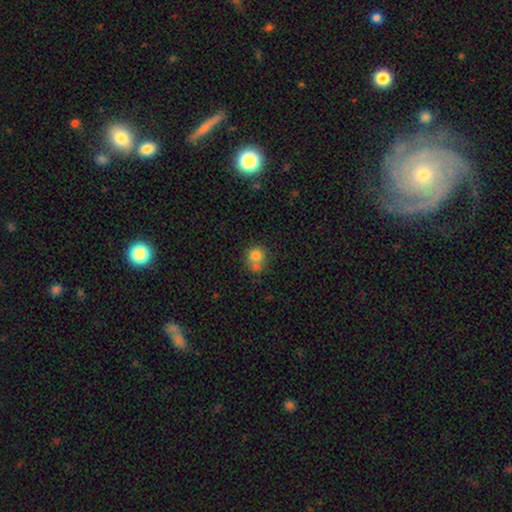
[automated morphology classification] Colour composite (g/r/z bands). It shows a smooth galaxy with no disk features (78%) that is round (81%). Merging: none (44%).